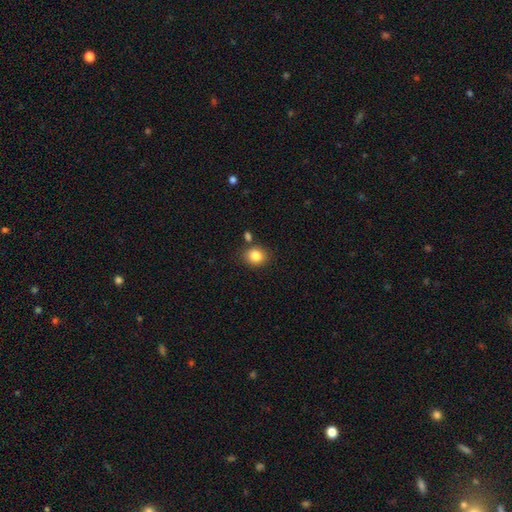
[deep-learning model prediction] smooth 83%, star or artifact 10%, featured or disk 6%. Down the decision tree: how rounded — round (65%); merging — none (80%).